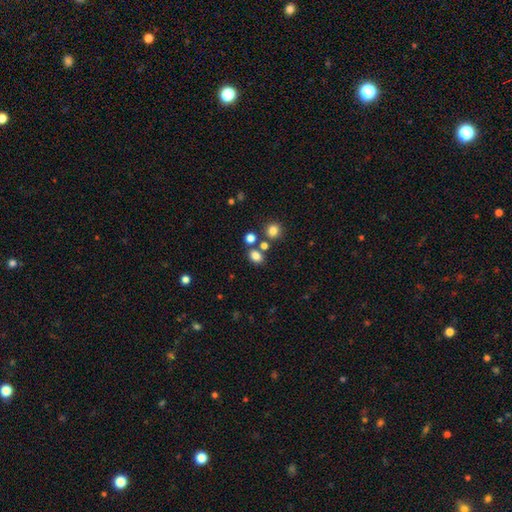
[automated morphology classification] A smooth galaxy with no disk features (79%) that is in between round and cigar-shaped (56%).

Vote fractions:
- Smooth or featured? smooth: 79% / star or artifact: 15% / featured or disk: 6%
- How rounded? in between: 56% / round: 43% / cigar-shaped: 1%
- Merging? none: 69% / merger: 16% / minor disturbance: 11% / major disturbance: 4%